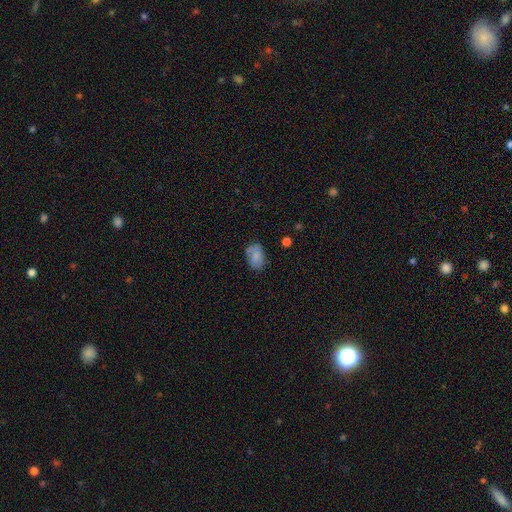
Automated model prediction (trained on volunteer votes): Smooth or featured: smooth — 79% (featured or disk — 13%)
How rounded: in between — 86% (round — 13%)
Merging: none — 65% (minor disturbance — 25%)